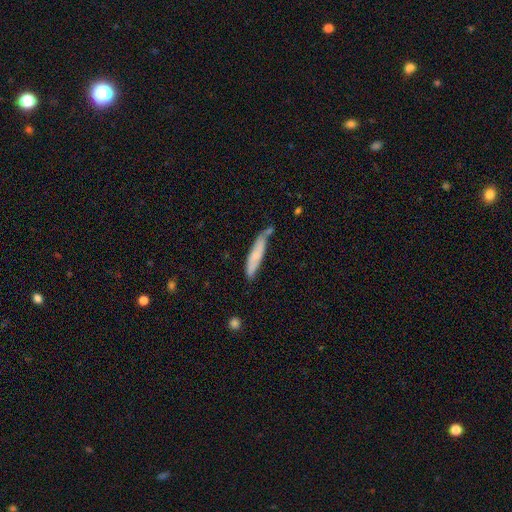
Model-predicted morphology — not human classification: smooth-or-featured: smooth: 67% | featured or disk: 27% | star or artifact: 6%
  how-rounded: cigar-shaped: 86% | in between: 12% | round: 1%
  merging: none: 58% | minor disturbance: 26% | merger: 10% | major disturbance: 6%